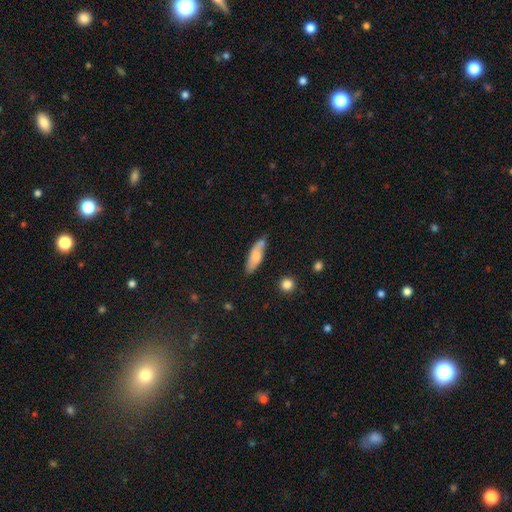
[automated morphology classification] smooth-or-featured: smooth: 69% | featured or disk: 25% | star or artifact: 6%
  how-rounded: in between: 55% | cigar-shaped: 42% | round: 2%
  merging: none: 67% | minor disturbance: 23% | merger: 6% | major disturbance: 4%